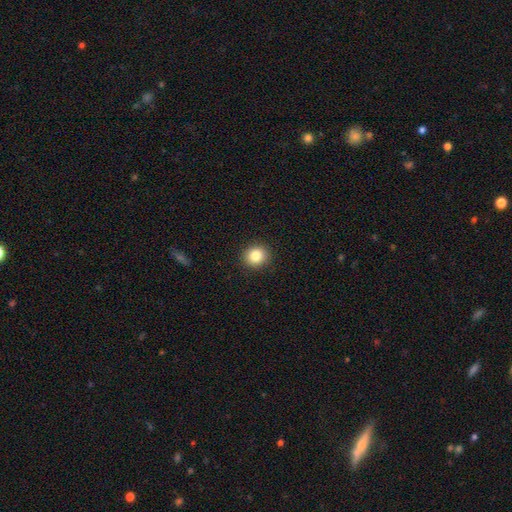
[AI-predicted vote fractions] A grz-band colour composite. It shows a smooth galaxy with no disk features (83%) that is round (85%). Merging: none (92%).